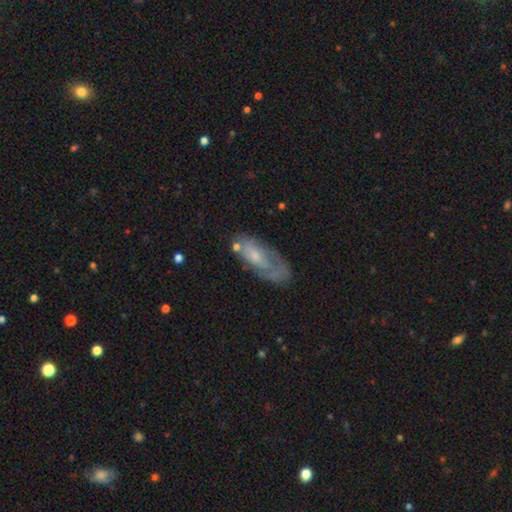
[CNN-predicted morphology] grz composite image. It shows a featured or disk galaxy (52%). Merging: none (51%).